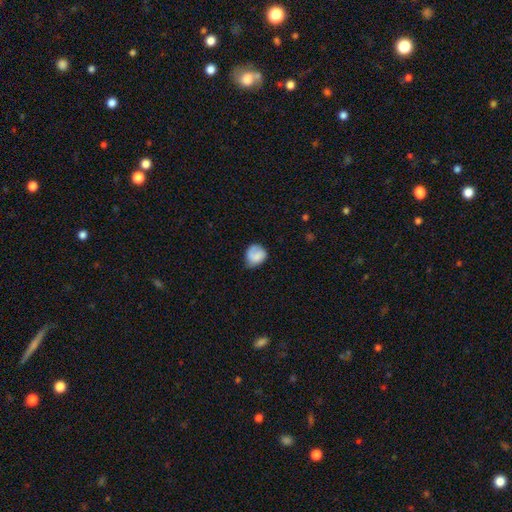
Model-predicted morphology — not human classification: smooth 71%, featured or disk 22%, star or artifact 8%. Down the decision tree: how rounded — round (68%); merging — none (56%).